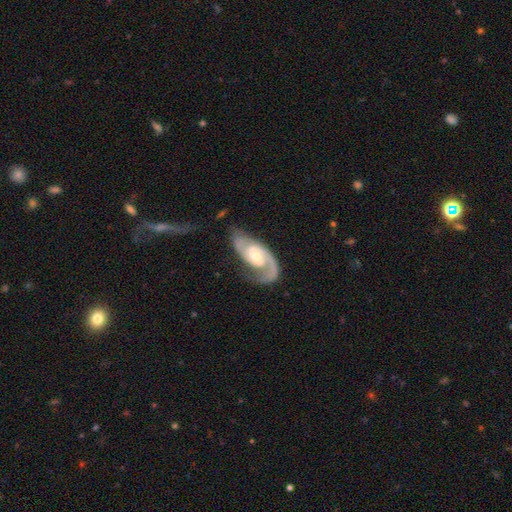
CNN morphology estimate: This is clearly a featured or disk galaxy (90%). It is clearly not viewed edge-on (97%). Bar: possibly weak (45%). Spiral arm pattern: clearly yes (98%). Spiral arm count: likely 2 (78%). Spiral winding: possibly medium (51%). Central bulge: possibly moderate (50%). Merging: likely none (66%).